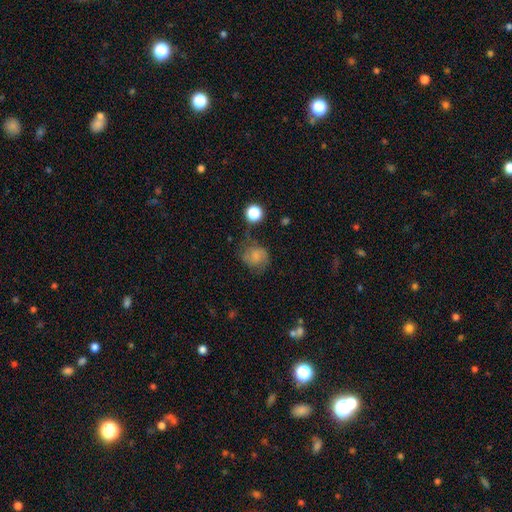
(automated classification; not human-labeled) Smooth or featured: smooth — 60% (featured or disk — 28%)
How rounded: round — 70% (in between — 29%)
Merging: none — 50% (minor disturbance — 28%)